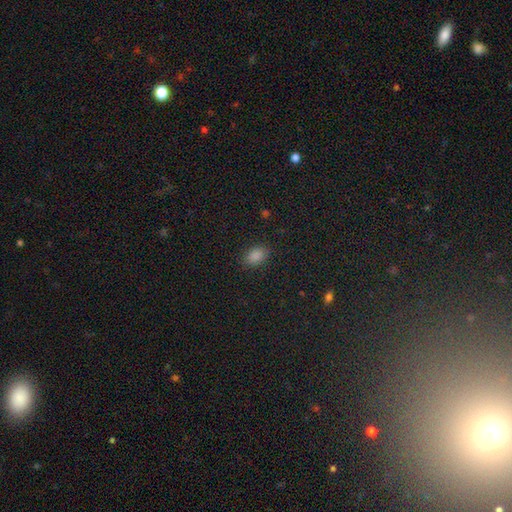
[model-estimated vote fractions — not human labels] Smooth or featured?
  - smooth: 86% *
  - star or artifact: 11%
  - featured or disk: 4%
How rounded?
  - in between: 87% *
  - round: 12%
  - cigar-shaped: 1%
Merging?
  - none: 86% *
  - minor disturbance: 10%
  - major disturbance: 3%
  - merger: 1%